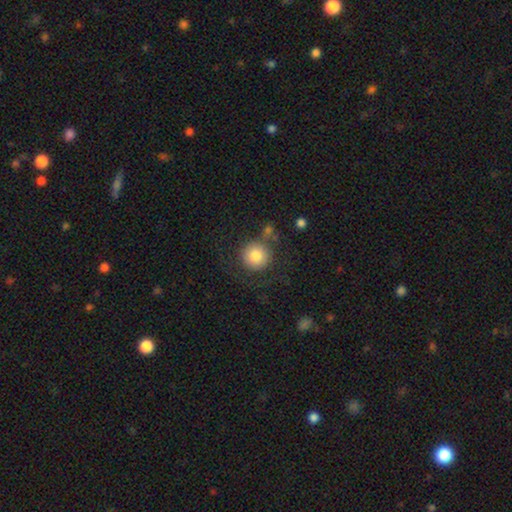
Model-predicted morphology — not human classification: smooth 80%, featured or disk 11%, star or artifact 9%. Down the decision tree: how rounded — round (95%); merging — none (71%).